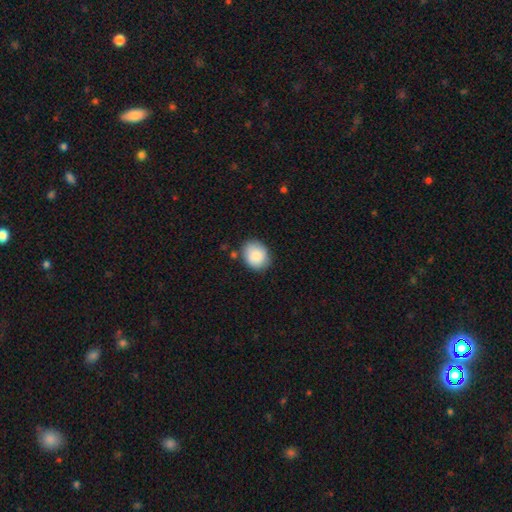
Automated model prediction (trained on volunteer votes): A smooth galaxy with no disk features (87%) that is round (54%). Merging: none (78%).